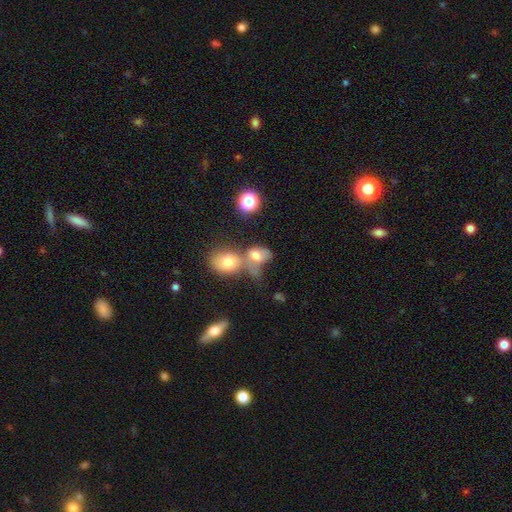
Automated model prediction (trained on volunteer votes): Smooth or featured? Predicted: smooth (p=0.70). How rounded? Predicted: in between (p=0.66). Merging? Predicted: merger (p=0.59).